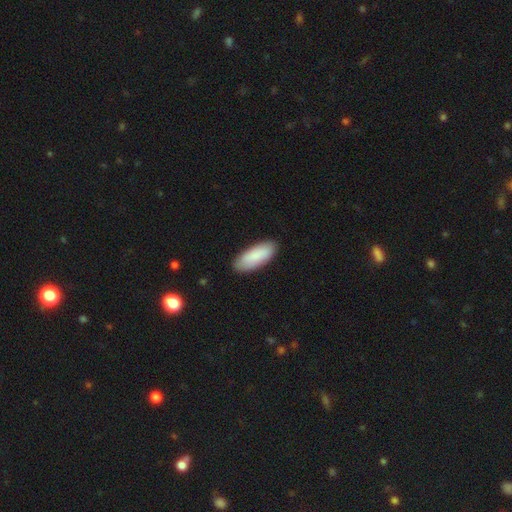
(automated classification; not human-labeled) This is clearly a smooth galaxy (87%). How rounded: likely in between (78%). Merging: clearly none (87%).